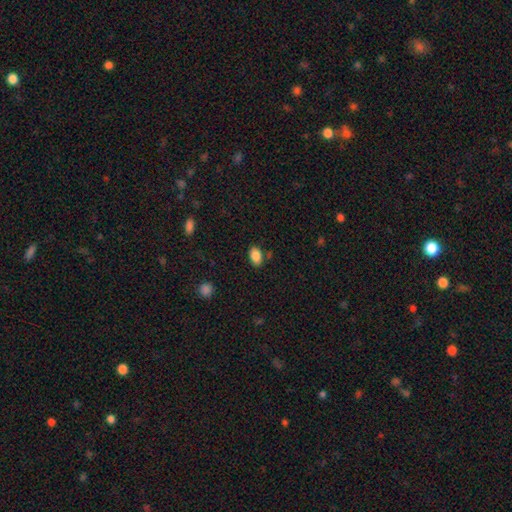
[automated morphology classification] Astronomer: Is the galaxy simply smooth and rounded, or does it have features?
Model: smooth — 87%.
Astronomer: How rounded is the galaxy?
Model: in between — 87%.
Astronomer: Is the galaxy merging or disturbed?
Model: none — 82%.